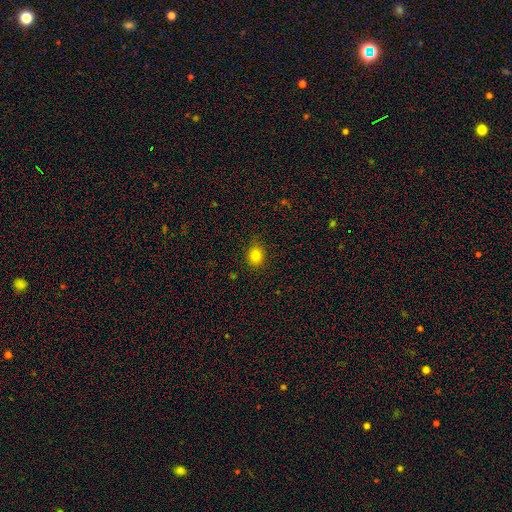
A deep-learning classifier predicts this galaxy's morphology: Smooth or featured?
  - smooth: 81% *
  - star or artifact: 12%
  - featured or disk: 7%
How rounded?
  - round: 62% *
  - in between: 37%
  - cigar-shaped: 1%
Merging?
  - none: 84% *
  - minor disturbance: 13%
  - major disturbance: 3%
  - merger: 1%